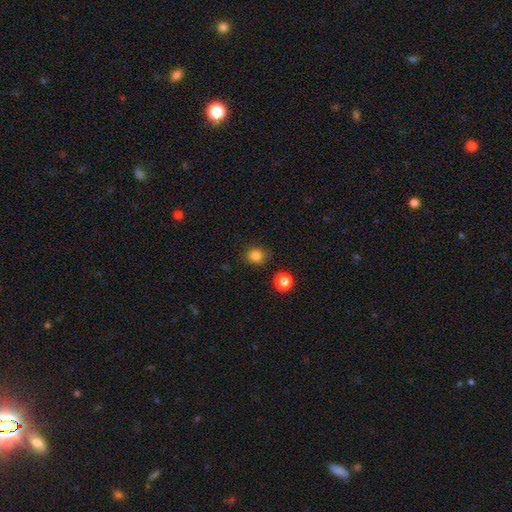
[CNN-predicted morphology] type=smooth (83%); roundness=round (84%); merging=none (84%).